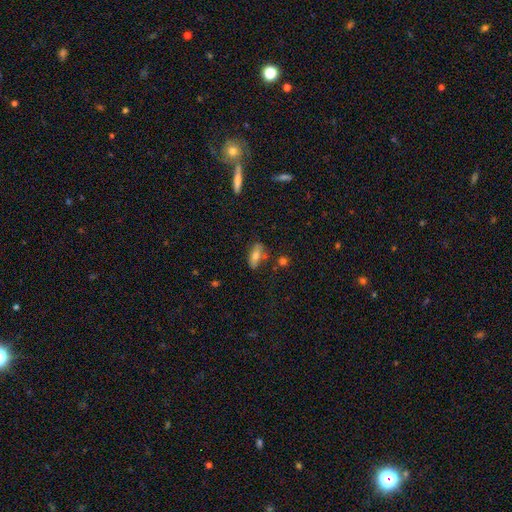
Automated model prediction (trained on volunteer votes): smooth-or-featured: smooth: 68% | featured or disk: 23% | star or artifact: 9%
  how-rounded: in between: 75% | cigar-shaped: 21% | round: 4%
  merging: none: 65% | minor disturbance: 21% | merger: 8% | major disturbance: 6%